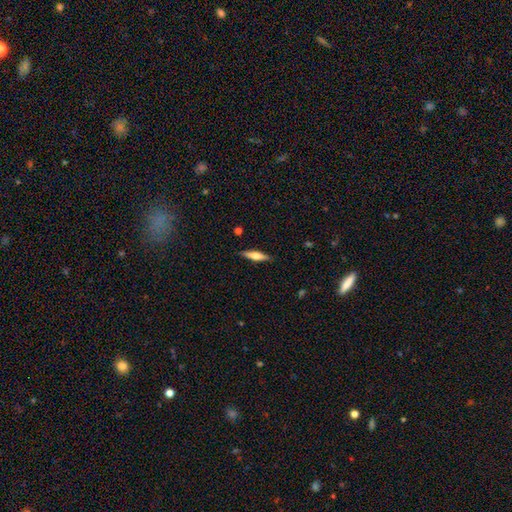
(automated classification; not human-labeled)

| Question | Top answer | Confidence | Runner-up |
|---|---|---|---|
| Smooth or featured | smooth | 47% | tied: featured or disk (47%) |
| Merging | none | 89% | minor disturbance (8%) |